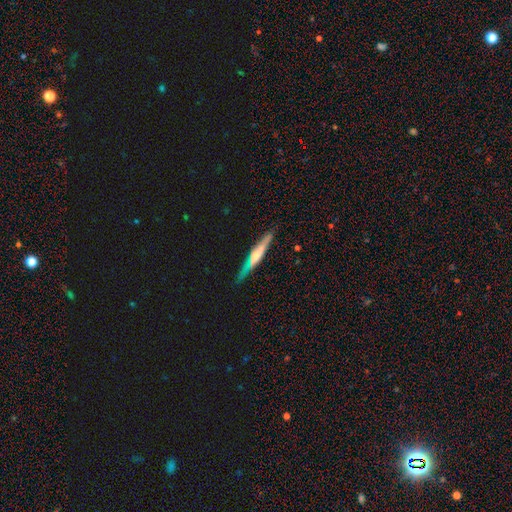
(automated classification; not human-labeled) Morphology: type=featured or disk (60%); edge-on=yes (94%); edge-on bulge=rounded (54%); merging=none (82%).